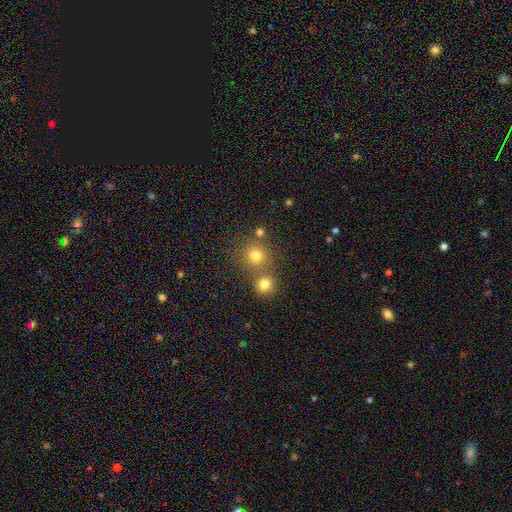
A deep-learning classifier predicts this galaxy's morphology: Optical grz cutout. It shows a smooth galaxy with no disk features (77%) that is round (91%). Merging: none (64%).